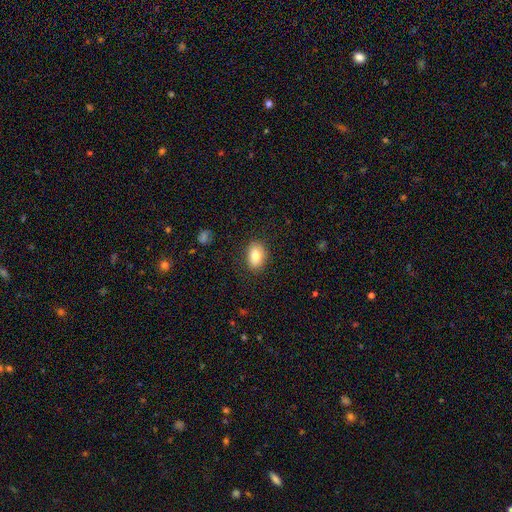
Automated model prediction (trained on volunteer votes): A smooth galaxy with no disk features (83%) that is in between round and cigar-shaped (84%). Merging: none (85%).